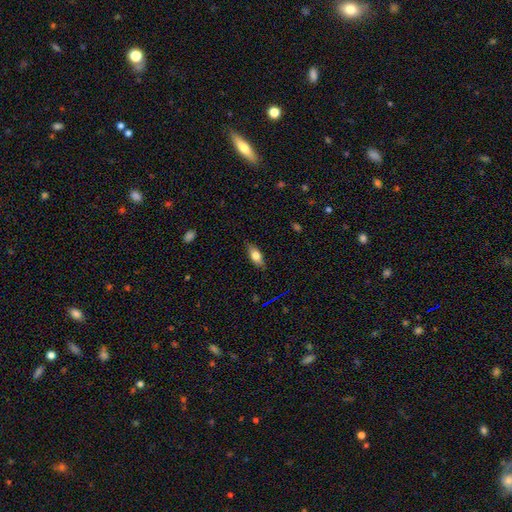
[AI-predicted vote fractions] Q: Smooth or featured?
A: smooth (67%); runner-up: featured or disk (25%)
Q: How rounded?
A: in between (75%); runner-up: cigar-shaped (22%)
Q: Merging?
A: none (83%); runner-up: minor disturbance (13%)